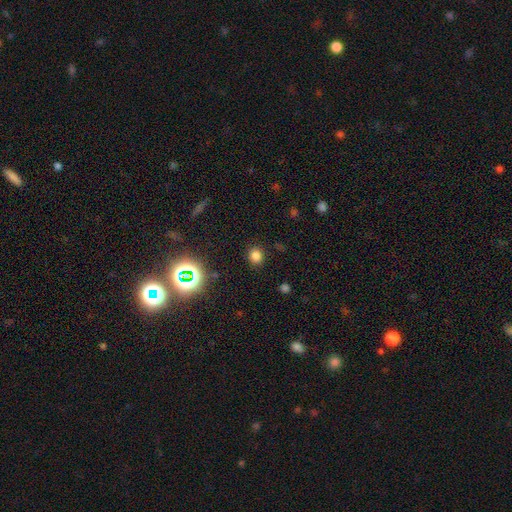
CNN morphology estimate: This is likely a smooth galaxy (76%). How rounded: likely round (80%). Merging: clearly none (87%).